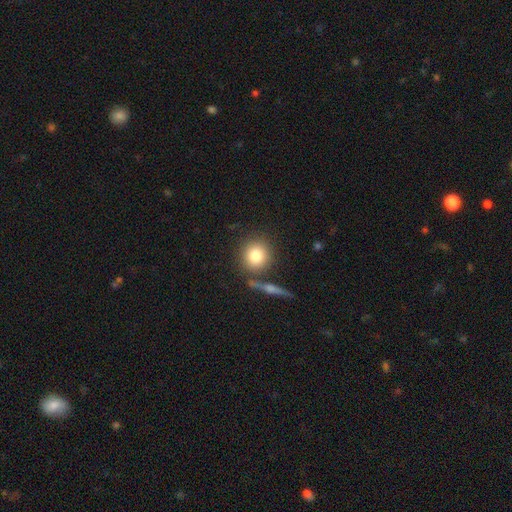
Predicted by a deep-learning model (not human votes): Morphology: type=smooth (80%); roundness=round (88%); merging=none (75%).